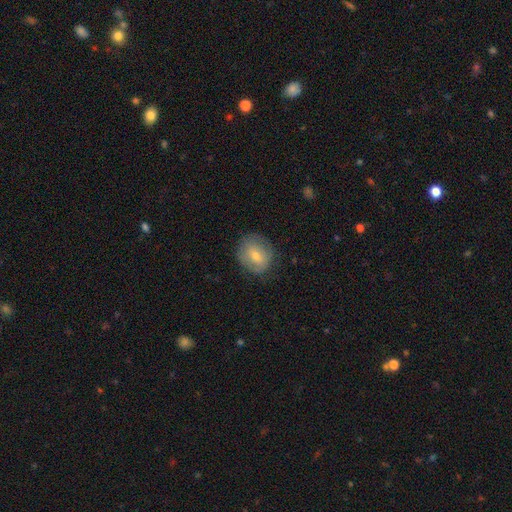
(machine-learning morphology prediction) Smooth or featured? smooth (60%)
How rounded? round (63%)
Merging? none (75%)